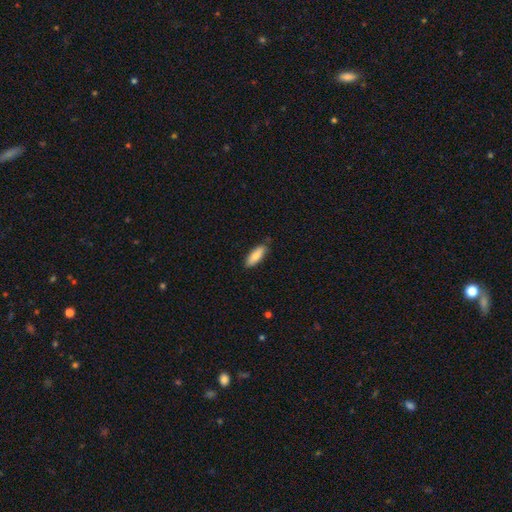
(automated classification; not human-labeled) A smooth galaxy with no disk features (81%) that is in between round and cigar-shaped (62%). Merging: none (85%).